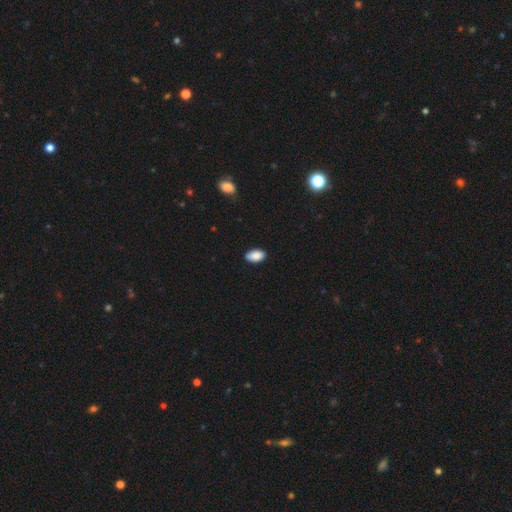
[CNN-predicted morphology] Overall: smooth (88%). How rounded: in between (94%). Merging: none (86%).